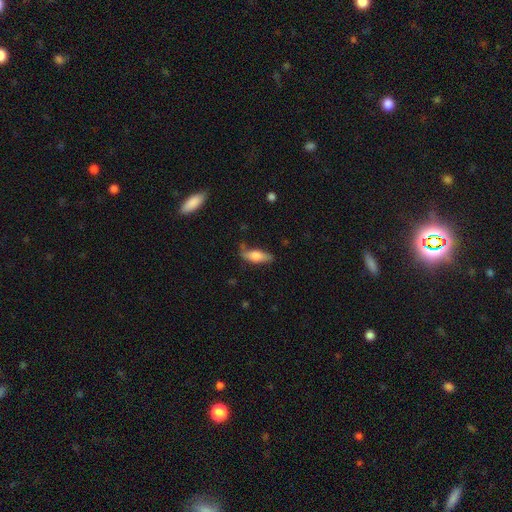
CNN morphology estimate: A smooth galaxy with no disk features (63%) that is in between round and cigar-shaped (61%).

Vote fractions:
- Smooth or featured? smooth: 63% / featured or disk: 30% / star or artifact: 7%
- How rounded? in between: 61% / cigar-shaped: 36% / round: 3%
- Merging? none: 64% / minor disturbance: 25% / major disturbance: 7% / merger: 3%